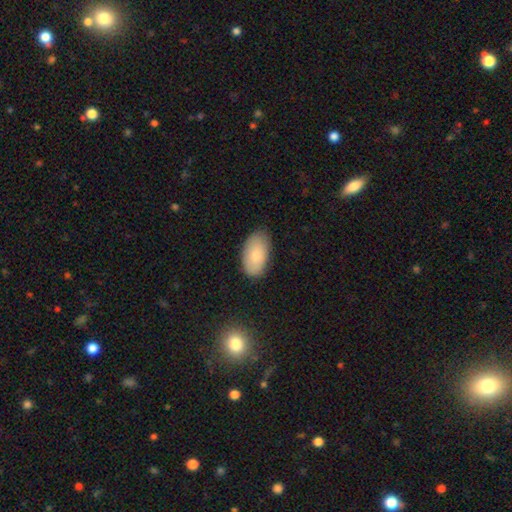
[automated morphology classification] This is clearly a smooth galaxy (83%). How rounded: clearly in between (95%). Merging: likely none (79%).